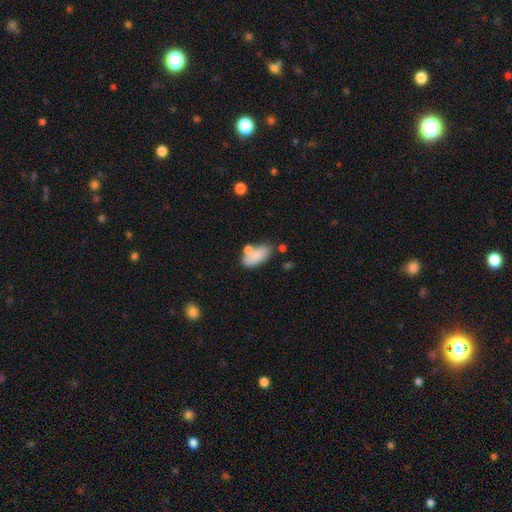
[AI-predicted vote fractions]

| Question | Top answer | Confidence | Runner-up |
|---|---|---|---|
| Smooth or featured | smooth | 80% | featured or disk (12%) |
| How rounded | in between | 90% | cigar-shaped (7%) |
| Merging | none | 52% | merger (22%) |